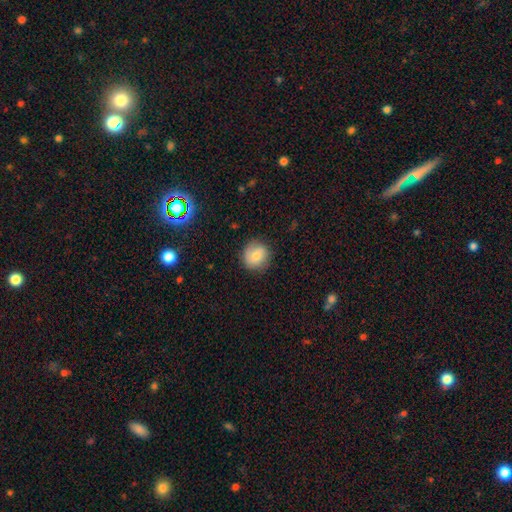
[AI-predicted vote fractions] Overall: smooth (75%). How rounded: round (88%). Merging: none (82%).